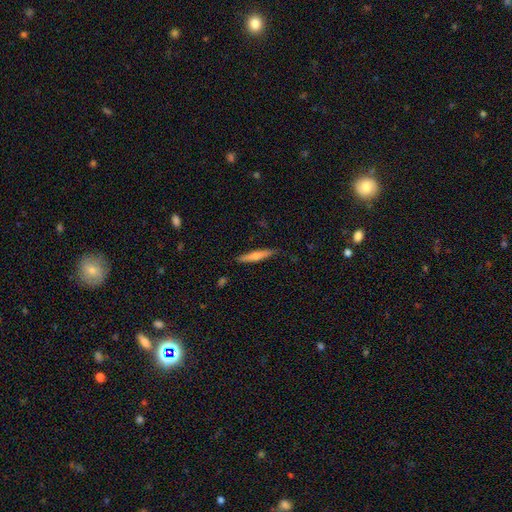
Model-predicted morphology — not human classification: Overall: smooth (56%; featured or disk 38%). How rounded: cigar-shaped (92%). Merging: none (86%).